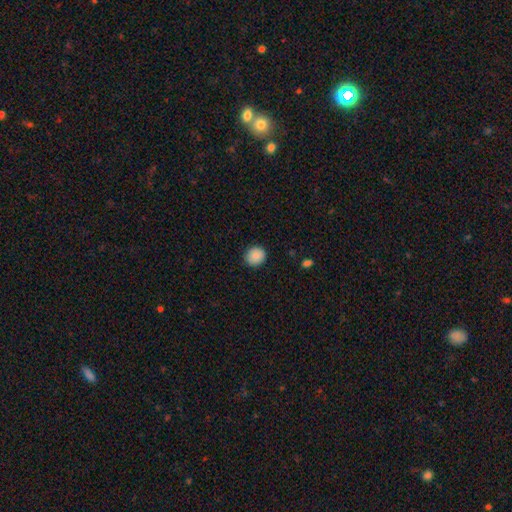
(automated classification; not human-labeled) Smooth or featured? Predicted: smooth (p=0.87). How rounded? Predicted: round (p=0.85). Merging? Predicted: none (p=0.88).